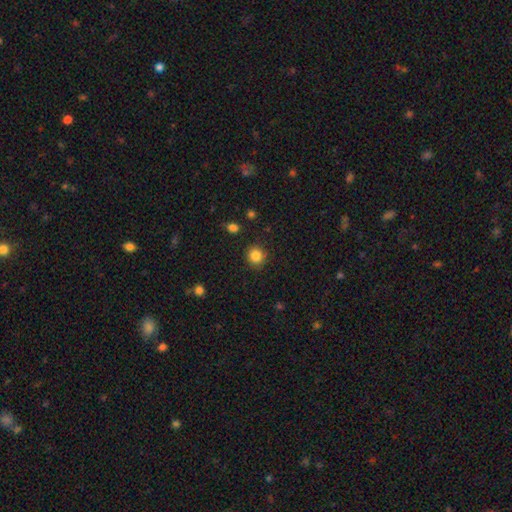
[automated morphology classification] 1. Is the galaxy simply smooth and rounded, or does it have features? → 85% smooth, 11% star or artifact, 4% featured or disk.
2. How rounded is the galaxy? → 91% round, 8% in between, 1% cigar-shaped.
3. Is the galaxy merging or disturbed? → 89% none, 7% minor disturbance, 2% major disturbance, 2% merger.